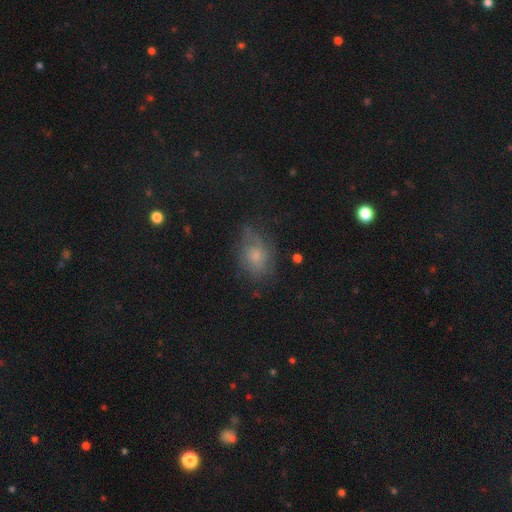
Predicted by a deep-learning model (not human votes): smooth-or-featured: smooth: 54% | featured or disk: 31% | star or artifact: 15%
  how-rounded: in between: 67% | round: 31% | cigar-shaped: 2%
  merging: none: 53% | minor disturbance: 30% | major disturbance: 15% | merger: 2%